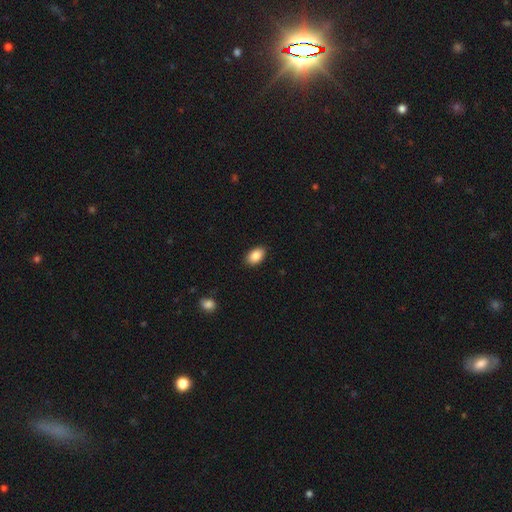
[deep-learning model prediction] A smooth galaxy with no disk features (88%) that is in between round and cigar-shaped (90%).

Vote fractions:
- Smooth or featured? smooth: 88% / star or artifact: 8% / featured or disk: 4%
- How rounded? in between: 90% / round: 9% / cigar-shaped: 1%
- Merging? none: 88% / minor disturbance: 9% / major disturbance: 2% / merger: 1%